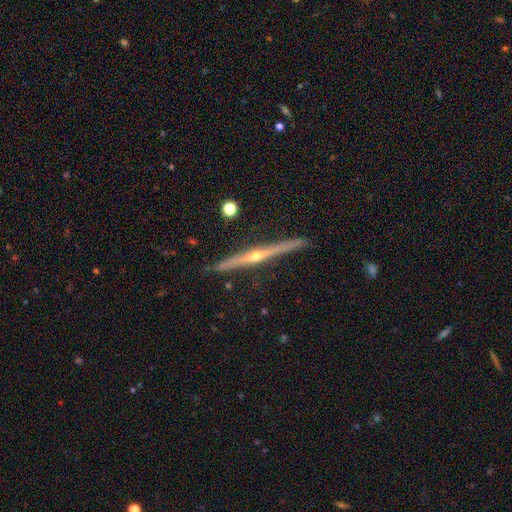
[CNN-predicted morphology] smooth-or-featured: featured or disk: 86% | smooth: 9% | star or artifact: 5%
  disk-edge-on: yes: 98% | no: 2%
    edge-on-bulge: rounded: 88% | none: 9% | boxy: 3%
  merging: none: 91% | minor disturbance: 7% | merger: 1% | major disturbance: 1%